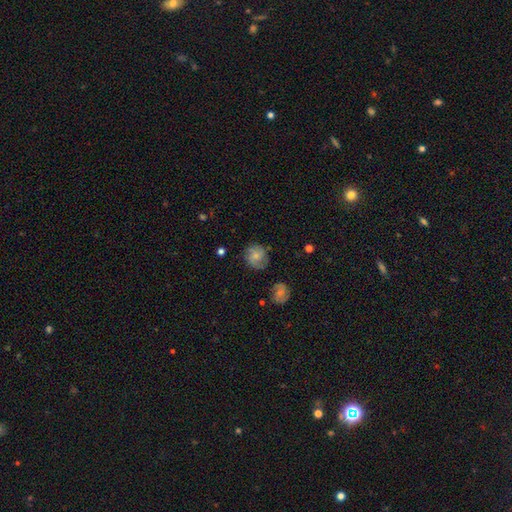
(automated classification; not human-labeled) Smooth or featured?
  - featured or disk: 47% *
  - smooth: 44%
  - star or artifact: 9%
Merging?
  - none: 69% *
  - minor disturbance: 20%
  - major disturbance: 8%
  - merger: 3%